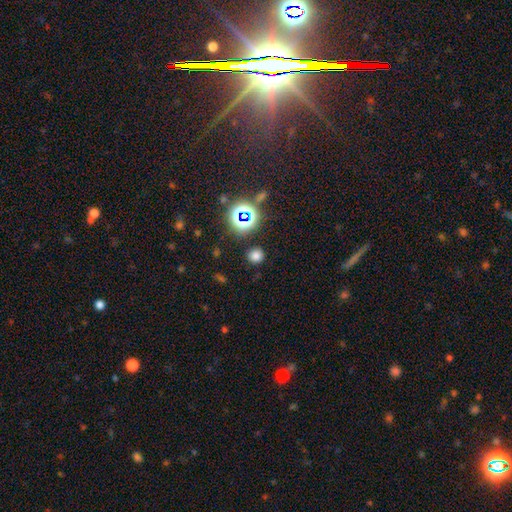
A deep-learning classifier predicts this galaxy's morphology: Overall: smooth (71%). How rounded: round (86%). Merging: none (87%).